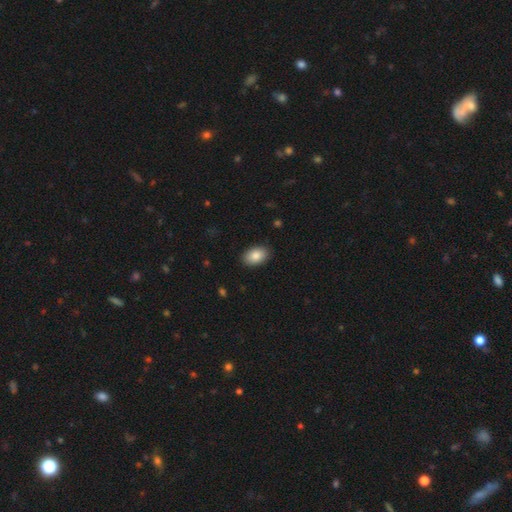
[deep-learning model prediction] Q: Smooth or featured?
A: smooth (86%); runner-up: star or artifact (7%)
Q: How rounded?
A: in between (89%); runner-up: round (10%)
Q: Merging?
A: none (89%); runner-up: minor disturbance (8%)